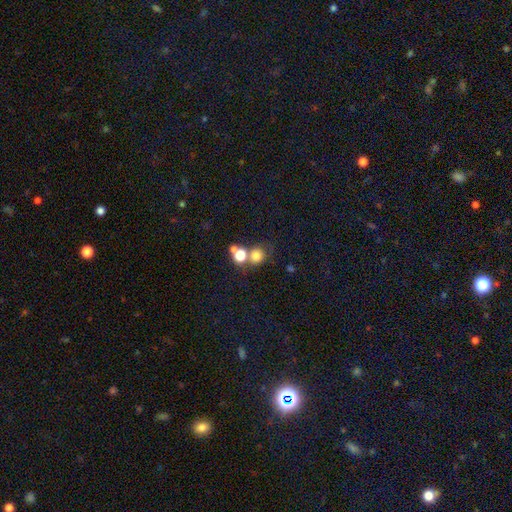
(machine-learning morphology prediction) This appears to be a smooth galaxy with no disk features (75%) that is round (83%). Merging: none (52%).